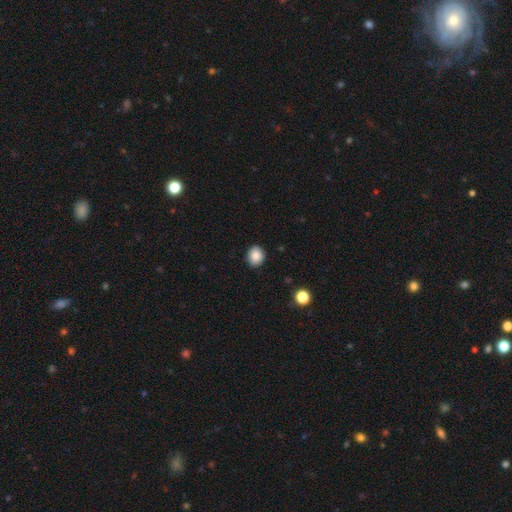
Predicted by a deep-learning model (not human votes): Morphology: type=smooth (87%); roundness=round (62%); merging=none (89%).